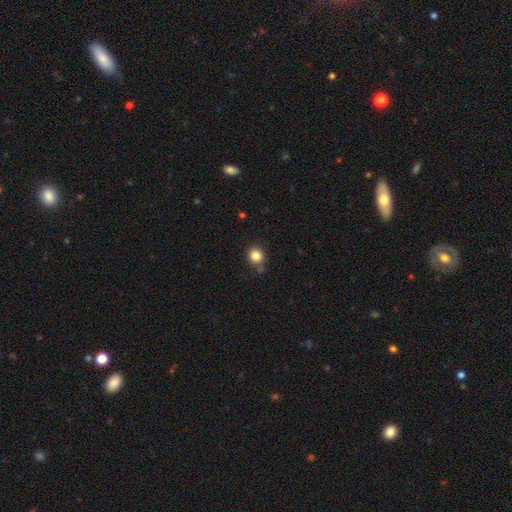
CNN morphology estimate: Smooth or featured? Predicted: smooth (p=0.85). How rounded? Predicted: round (p=0.86). Merging? Predicted: none (p=0.76).